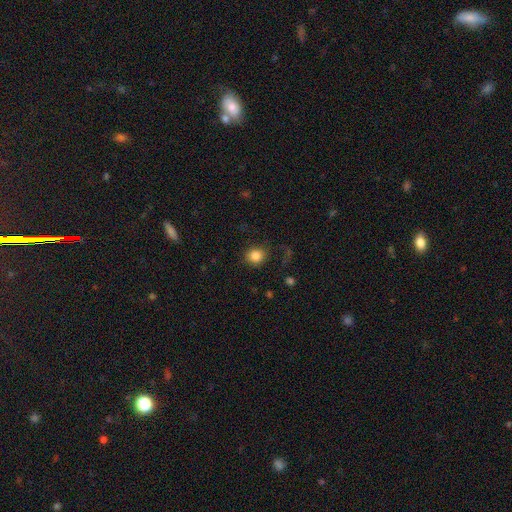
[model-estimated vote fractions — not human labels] Q: Smooth or featured?
A: smooth (84%); runner-up: star or artifact (10%)
Q: How rounded?
A: round (82%); runner-up: in between (17%)
Q: Merging?
A: none (82%); runner-up: minor disturbance (11%)